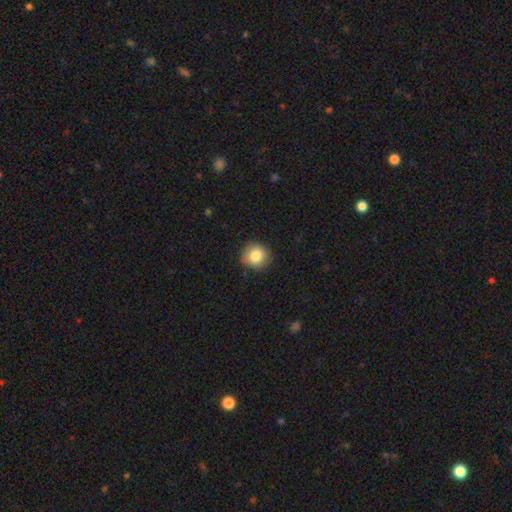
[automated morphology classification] This appears to be a smooth galaxy with no disk features (83%) that is round (88%). Merging: none (85%).